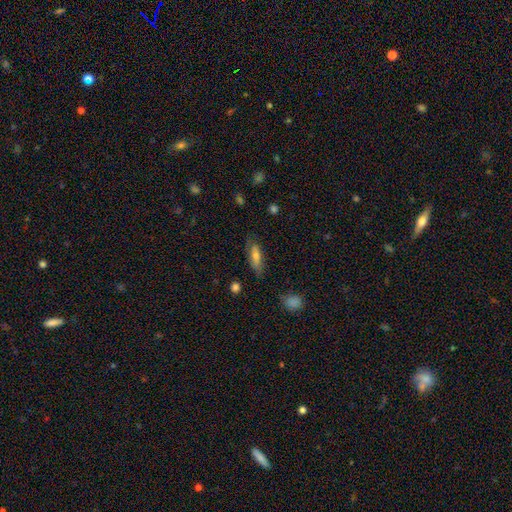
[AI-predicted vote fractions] smooth-or-featured: smooth: 62% | featured or disk: 31% | star or artifact: 8%
  how-rounded: in between: 62% | cigar-shaped: 35% | round: 3%
  merging: none: 72% | minor disturbance: 21% | major disturbance: 5% | merger: 2%